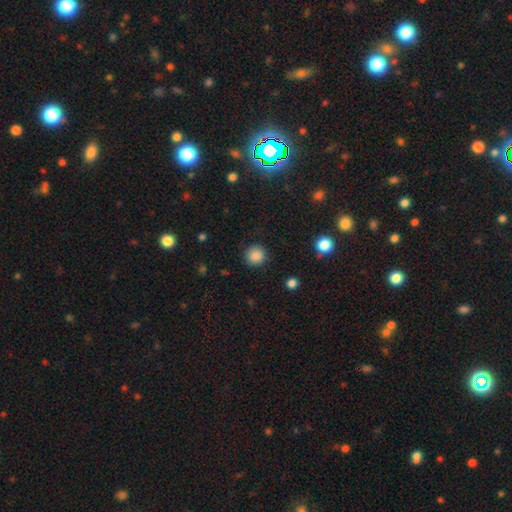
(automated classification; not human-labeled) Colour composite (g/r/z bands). It shows a smooth galaxy with no disk features (87%) that is round (94%). Merging: none (90%).